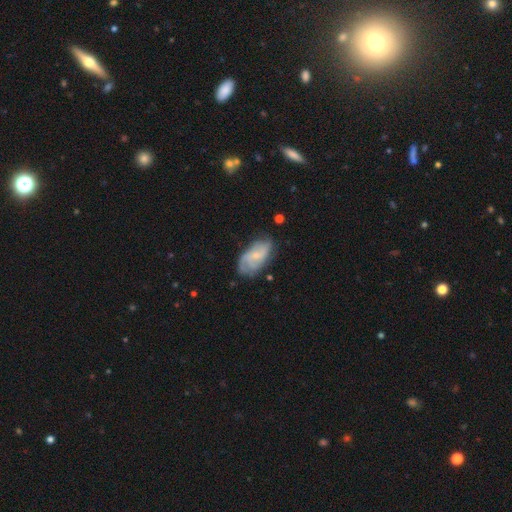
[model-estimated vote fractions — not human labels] Smooth or featured? featured or disk (68%)
Edge-on disk? no (96%)
Bar? no (55%)
Spiral arms? yes (90%)
Spiral winding? medium (43%)
Spiral arm count? 2 (35%)
Bulge size? small (67%)
Merging? none (63%)